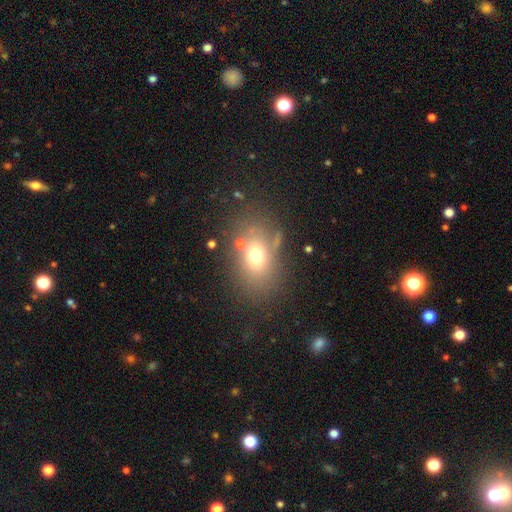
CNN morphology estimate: Overall: smooth (66%). How rounded: in between (73%). Merging: none (70%).